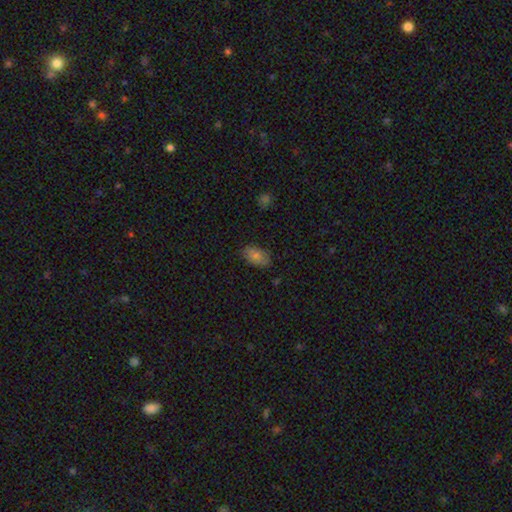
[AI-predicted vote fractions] The model was most divided on "merging": none: 83%, minor disturbance: 14%, major disturbance: 2%, merger: 1%. More confident: how rounded — in between (92%); smooth or featured — smooth (81%).